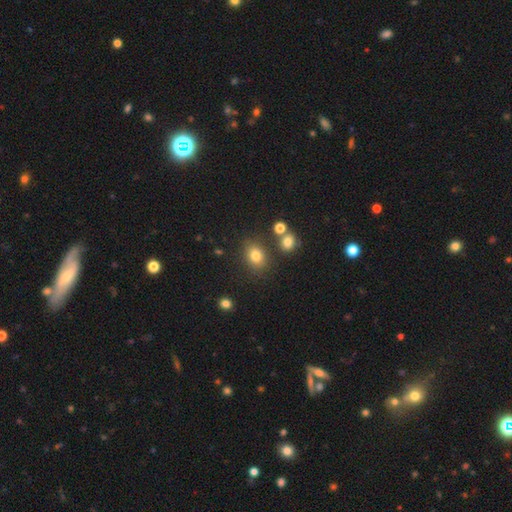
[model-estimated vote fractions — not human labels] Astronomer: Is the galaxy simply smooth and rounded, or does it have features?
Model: smooth — 79%.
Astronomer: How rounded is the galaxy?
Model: in between — 54% (runner-up: round, 45%).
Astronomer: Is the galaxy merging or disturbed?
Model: none — 78%.